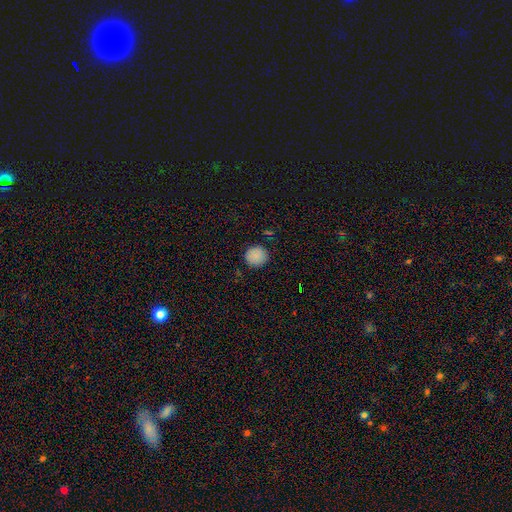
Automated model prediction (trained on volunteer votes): A smooth galaxy with no disk features (87%) that is round (90%).

Vote fractions:
- Smooth or featured? smooth: 87% / star or artifact: 9% / featured or disk: 3%
- How rounded? round: 90% / in between: 9% / cigar-shaped: 1%
- Merging? none: 88% / minor disturbance: 9% / major disturbance: 2% / merger: 1%